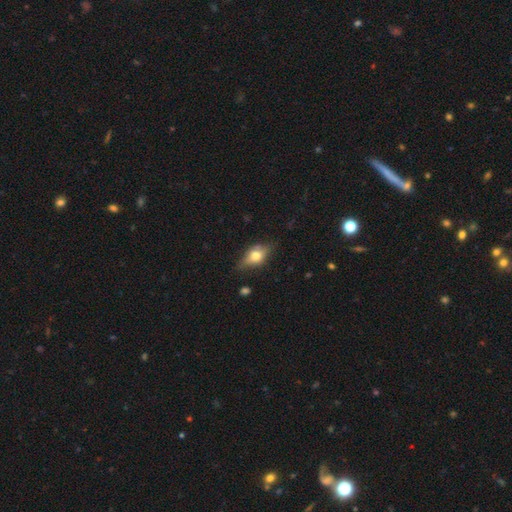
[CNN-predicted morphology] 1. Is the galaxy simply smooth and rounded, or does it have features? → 55% smooth, 37% featured or disk, 8% star or artifact.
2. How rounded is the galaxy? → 77% in between, 12% round, 11% cigar-shaped.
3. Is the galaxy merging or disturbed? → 71% none, 21% minor disturbance, 5% major disturbance, 2% merger.